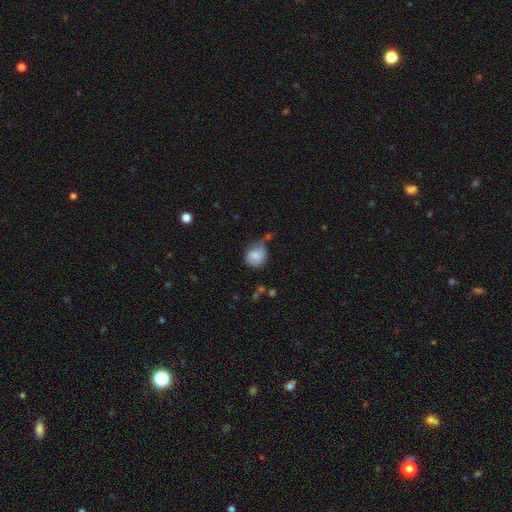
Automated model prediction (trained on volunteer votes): Smooth or featured? Predicted: smooth (p=0.79). How rounded? Predicted: round (p=0.81). Merging? Predicted: none (p=0.47).